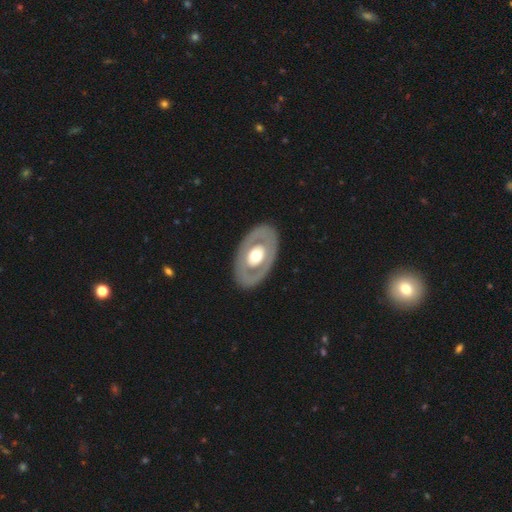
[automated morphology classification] This is possibly a featured or disk galaxy (59%). It is clearly not viewed edge-on (89%). Bar: clearly no (90%). Spiral arm pattern: clearly no (91%). Central bulge: likely moderate (62%). Merging: clearly none (85%).